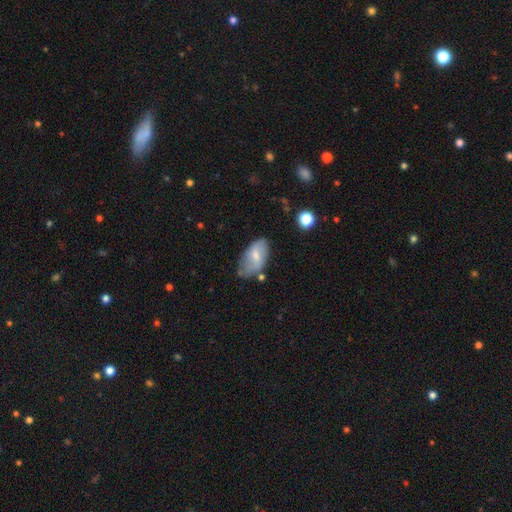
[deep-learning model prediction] This appears to be a smooth galaxy with no disk features (59%) that is in between round and cigar-shaped (93%). Merging: none (56%).